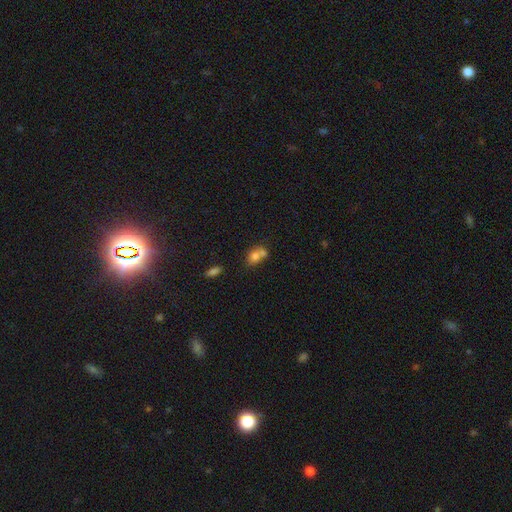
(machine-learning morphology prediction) type=smooth (74%); roundness=in between (59%); merging=merger (56%).